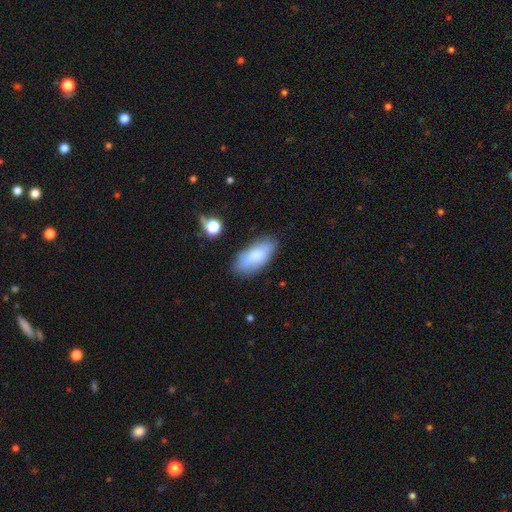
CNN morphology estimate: smooth 73%, featured or disk 20%, star or artifact 7%. Down the decision tree: how rounded — in between (86%); merging — none (74%).